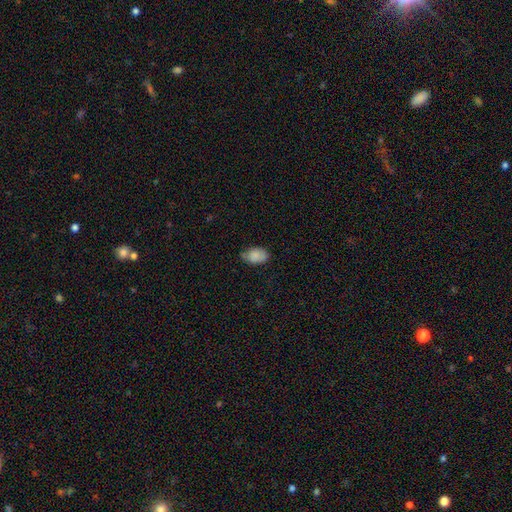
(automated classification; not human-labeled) smooth_or_featured: smooth (p=0.84) [alt: featured or disk p=0.08]
how_rounded: in between (p=0.87) [alt: round p=0.12]
merging: none (p=0.62) [alt: minor disturbance p=0.31]